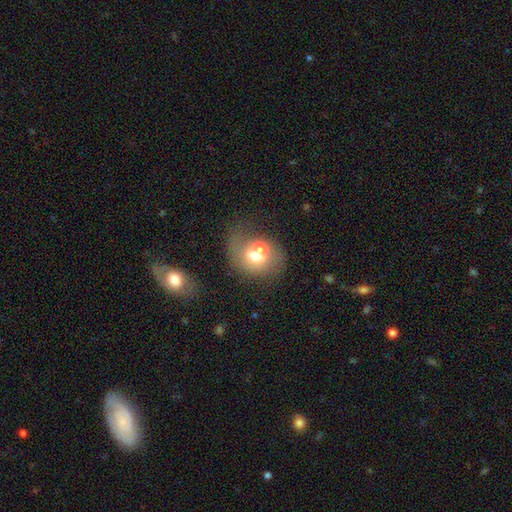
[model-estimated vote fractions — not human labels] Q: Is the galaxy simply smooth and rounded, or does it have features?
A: smooth — 57%.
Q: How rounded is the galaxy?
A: round — 60%.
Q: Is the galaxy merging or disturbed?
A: merger — 55%.